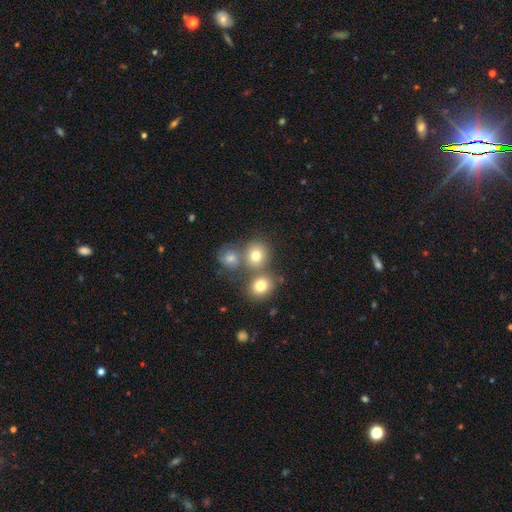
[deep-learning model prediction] Smooth or featured? smooth (73%)
How rounded? round (77%)
Merging? none (54%)